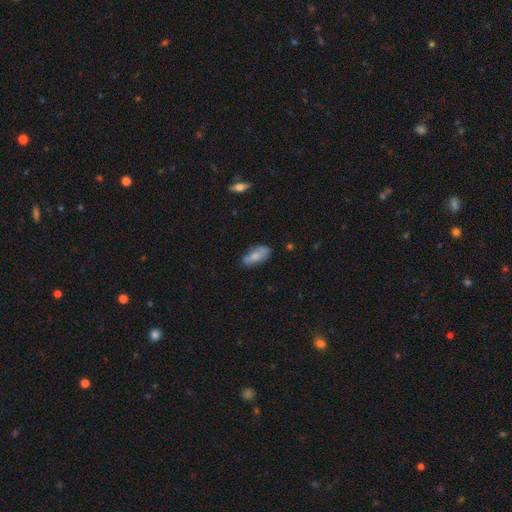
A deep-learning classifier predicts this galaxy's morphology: This appears to be a smooth galaxy with no disk features (74%) that is in between round and cigar-shaped (83%). Merging: none (72%).